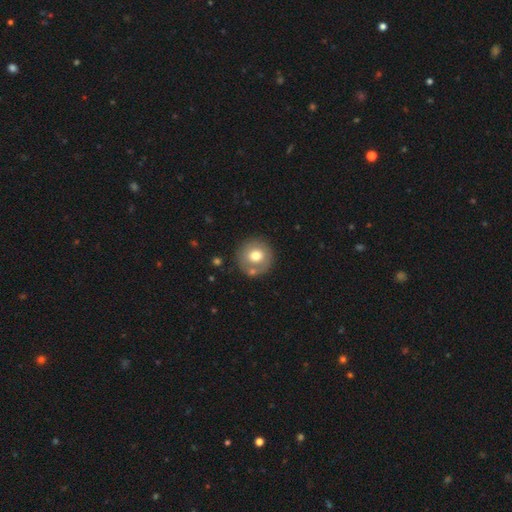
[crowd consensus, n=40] This is likely a smooth galaxy (72%). How rounded: clearly round (100%). Merging: likely none (60%).